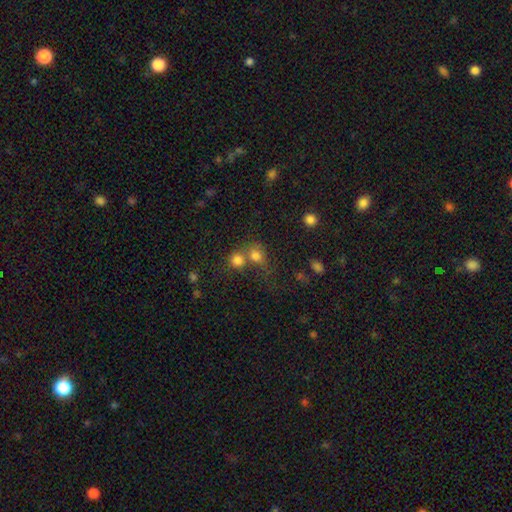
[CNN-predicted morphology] Smooth or featured: smooth — 77% (star or artifact — 14%)
How rounded: round — 73% (in between — 25%)
Merging: merger — 50% (none — 36%)